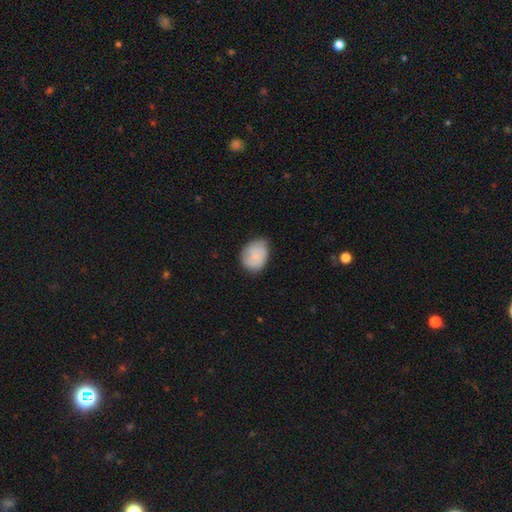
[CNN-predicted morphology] Smooth or featured? Predicted: smooth (p=0.76). How rounded? Predicted: in between (p=0.51). Merging? Predicted: none (p=0.60).